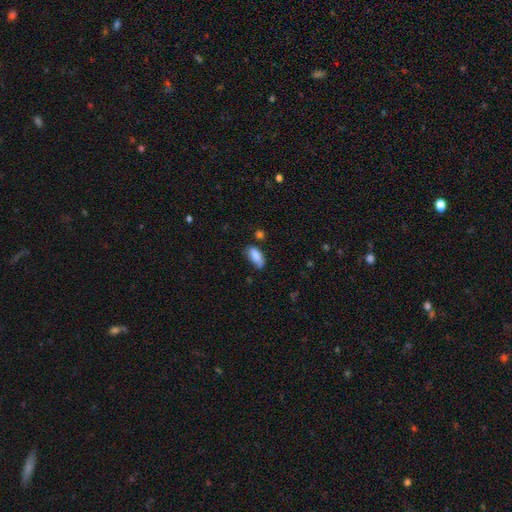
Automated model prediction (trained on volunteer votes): Morphology: type=smooth (84%); roundness=in between (88%); merging=none (58%).